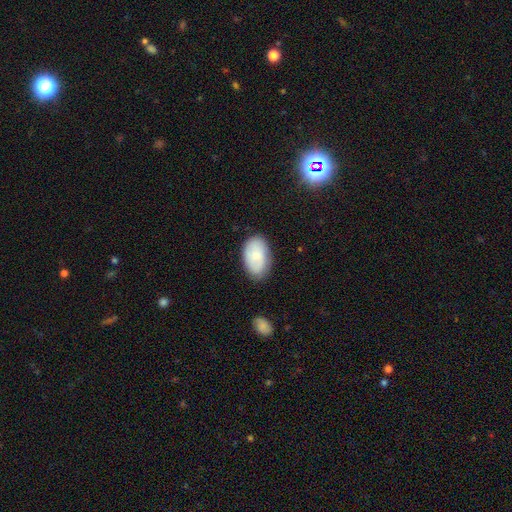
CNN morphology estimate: Smooth or featured?
  - smooth: 76% *
  - featured or disk: 17%
  - star or artifact: 6%
How rounded?
  - in between: 91% *
  - round: 8%
  - cigar-shaped: 1%
Merging?
  - none: 77% *
  - minor disturbance: 17%
  - major disturbance: 4%
  - merger: 2%